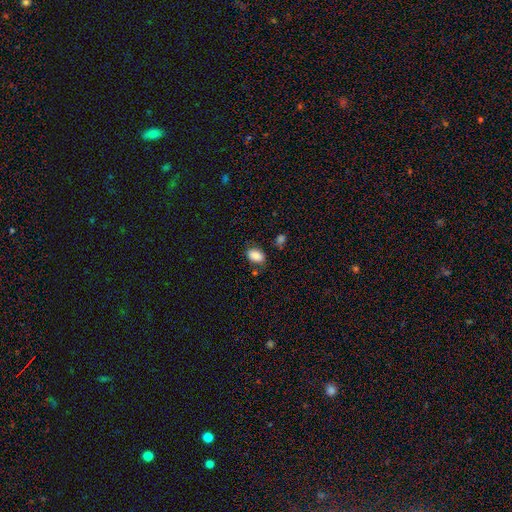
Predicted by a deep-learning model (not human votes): Morphology: type=smooth (85%); roundness=in between (84%); merging=none (75%).